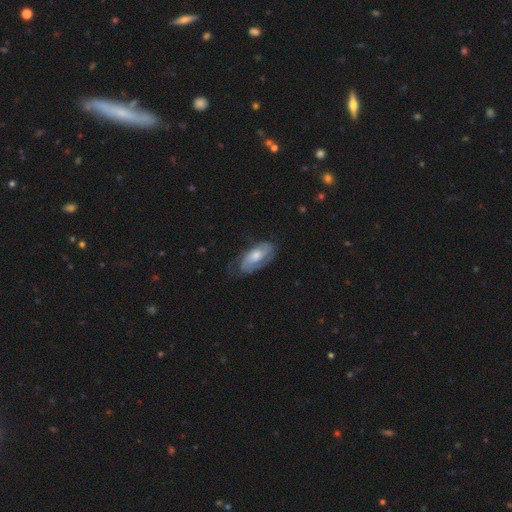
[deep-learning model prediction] A featured or disk galaxy (62%) with no bar (70%), spiral arms (84%) and a moderate central bulge (53%). Merging: none (56%).